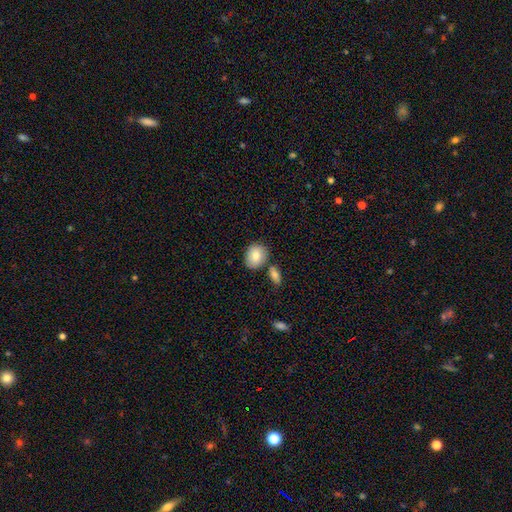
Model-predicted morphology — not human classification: smooth 81%, featured or disk 12%, star or artifact 7%. Down the decision tree: how rounded — round (52%); merging — none (70%).